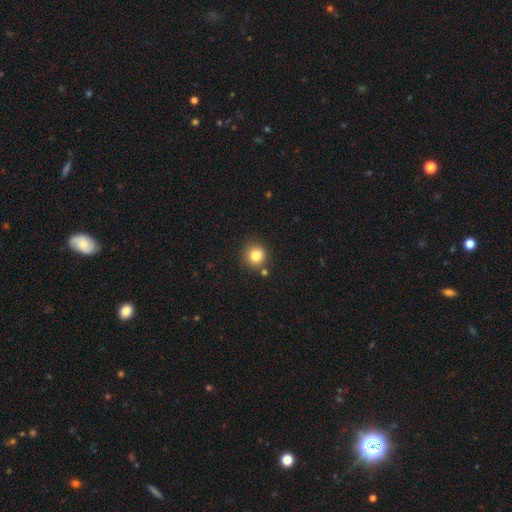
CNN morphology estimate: Smooth or featured? smooth (83%)
How rounded? round (91%)
Merging? none (81%)